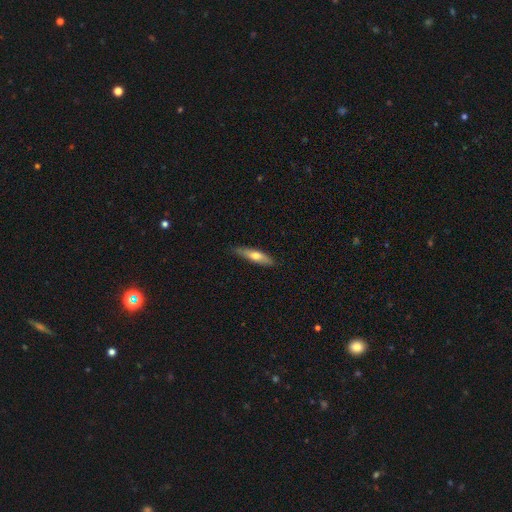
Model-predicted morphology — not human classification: The model was most divided on "smooth or featured": smooth: 58%, featured or disk: 36%, star or artifact: 6%. More confident: merging — none (82%); how rounded — cigar-shaped (73%).